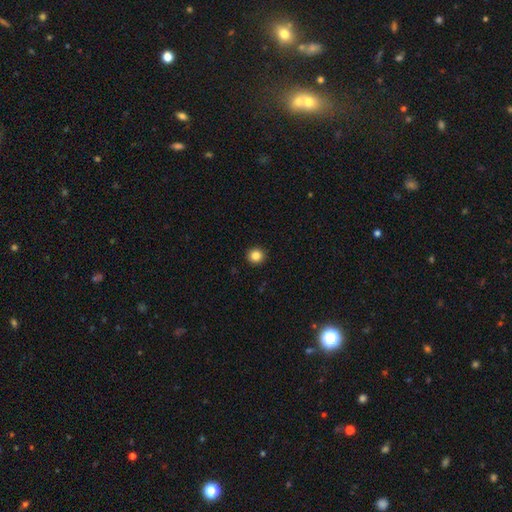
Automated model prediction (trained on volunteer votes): The model was most divided on "smooth or featured": smooth: 85%, star or artifact: 11%, featured or disk: 4%. More confident: how rounded — round (93%); merging — none (93%).